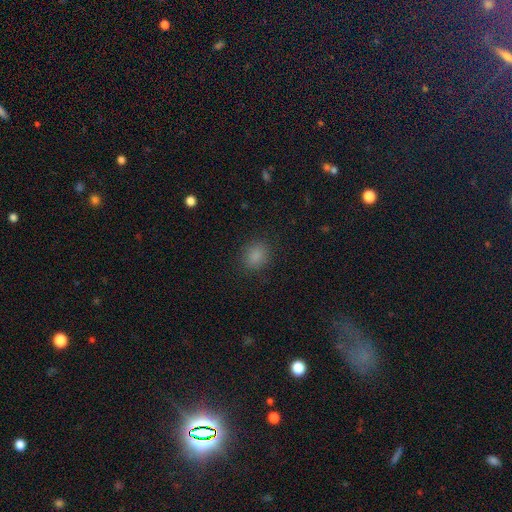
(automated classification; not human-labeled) A smooth galaxy with no disk features (84%) that is round (65%). Merging: none (87%).